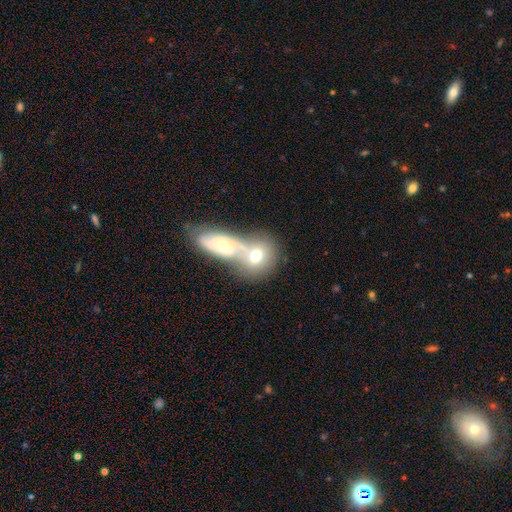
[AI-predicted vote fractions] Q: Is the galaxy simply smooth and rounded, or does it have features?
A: smooth — 59%.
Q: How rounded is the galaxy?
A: round — 51%.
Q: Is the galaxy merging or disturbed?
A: merger — 61%.